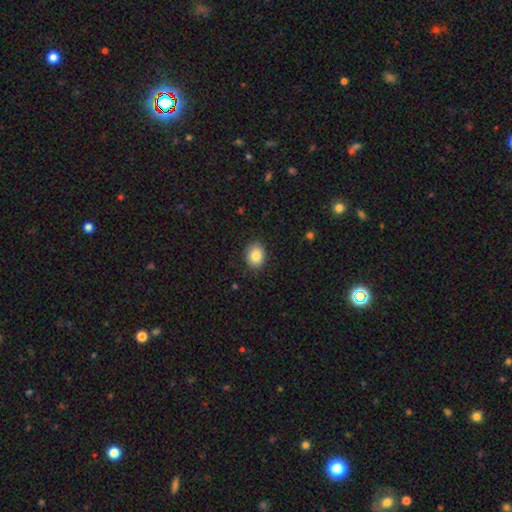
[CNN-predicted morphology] smooth 85%, star or artifact 9%, featured or disk 6%. Down the decision tree: how rounded — in between (53%); merging — none (87%).